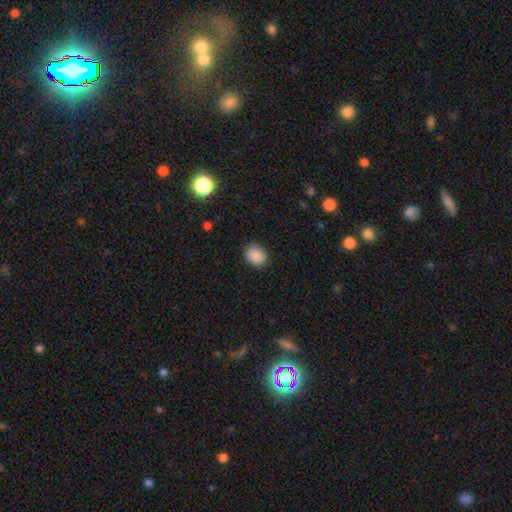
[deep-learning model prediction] Morphology: type=smooth (88%); roundness=in between (51%); merging=none (88%).